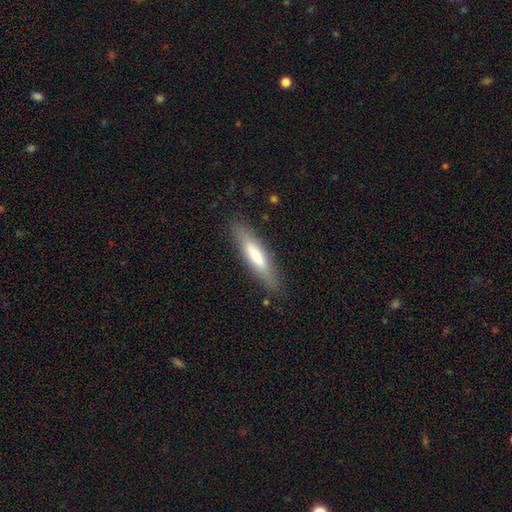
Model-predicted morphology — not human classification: This appears to be a smooth galaxy with no disk features (59%) that is cigar-shaped (79%). Merging: none (85%).